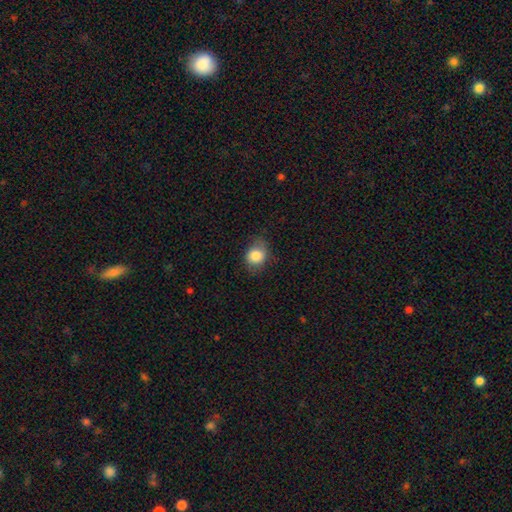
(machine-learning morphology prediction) smooth 82%, featured or disk 10%, star or artifact 9%. Down the decision tree: how rounded — round (53%); merging — none (72%).